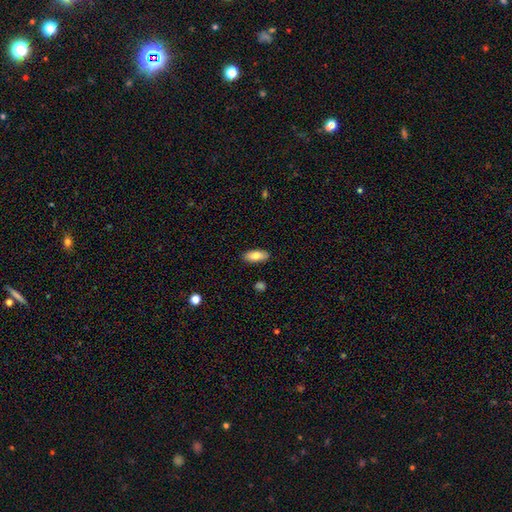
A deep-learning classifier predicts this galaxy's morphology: A smooth galaxy with no disk features (79%) that is in between round and cigar-shaped (84%). Merging: none (88%).